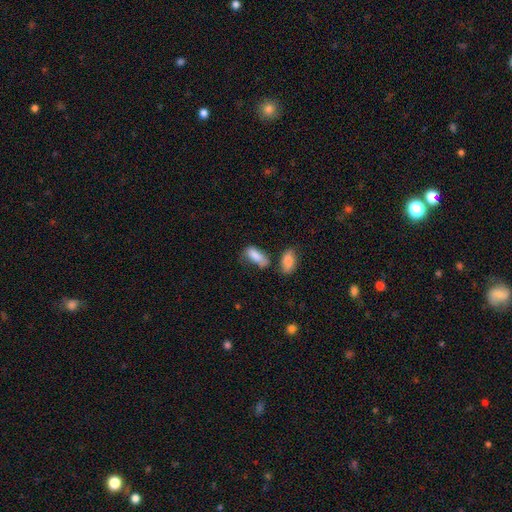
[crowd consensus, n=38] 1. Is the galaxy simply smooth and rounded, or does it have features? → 92% smooth, 5% featured or disk, 3% star or artifact.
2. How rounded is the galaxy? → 80% in between, 17% cigar-shaped, 3% round.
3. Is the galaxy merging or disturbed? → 51% none, 24% minor disturbance, 14% merger, 11% major disturbance.